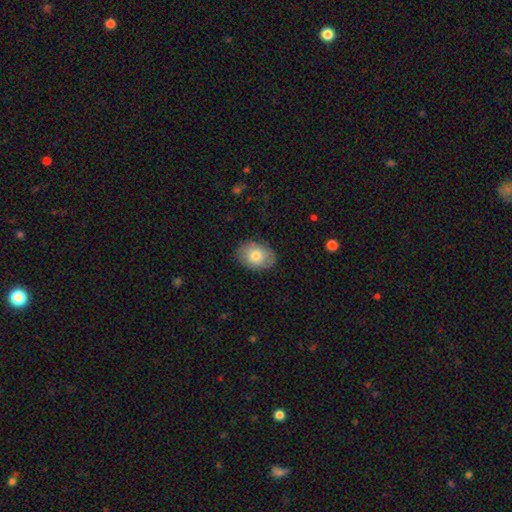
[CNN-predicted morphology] Overall: smooth (77%). How rounded: in between (76%). Merging: none (85%).